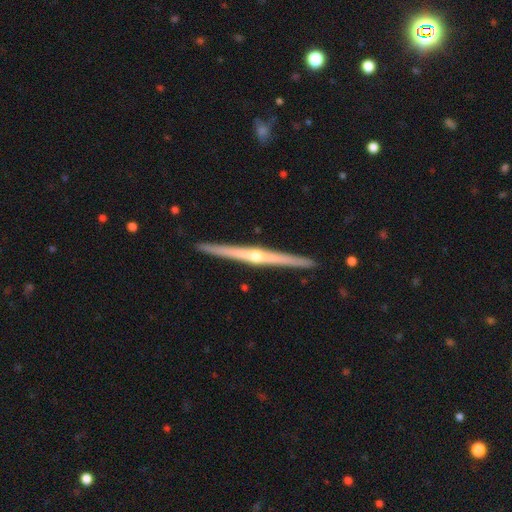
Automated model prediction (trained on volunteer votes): Smooth or featured: featured or disk — 84% (smooth — 12%)
Edge-on disk: yes — 99% (no — 1%)
Edge-on bulge: rounded — 89% (none — 8%)
Merging: none — 93% (minor disturbance — 5%)